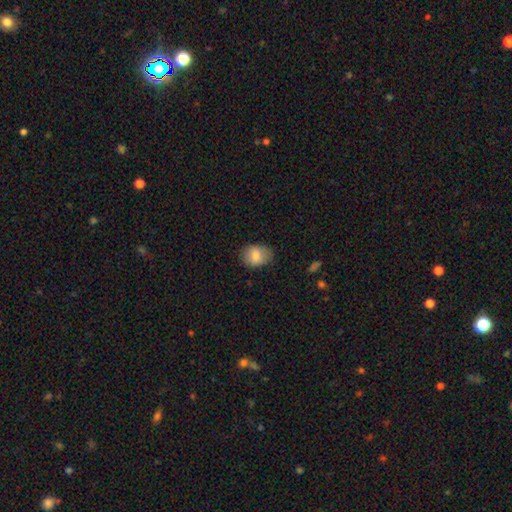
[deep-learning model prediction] Overall: smooth (81%). How rounded: in between (65%; round 34%). Merging: none (76%).